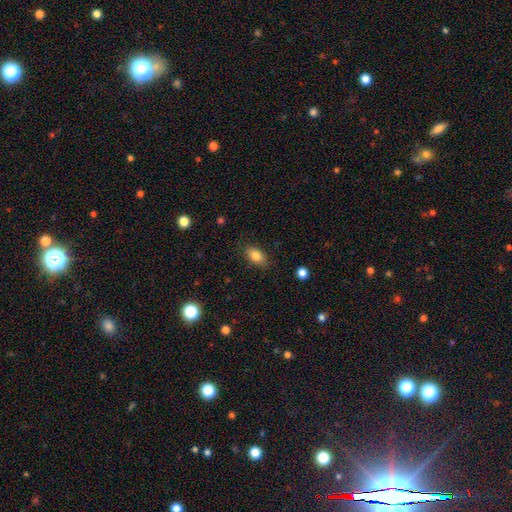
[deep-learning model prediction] smooth 83%, featured or disk 9%, star or artifact 9%. Down the decision tree: how rounded — in between (87%); merging — none (85%).